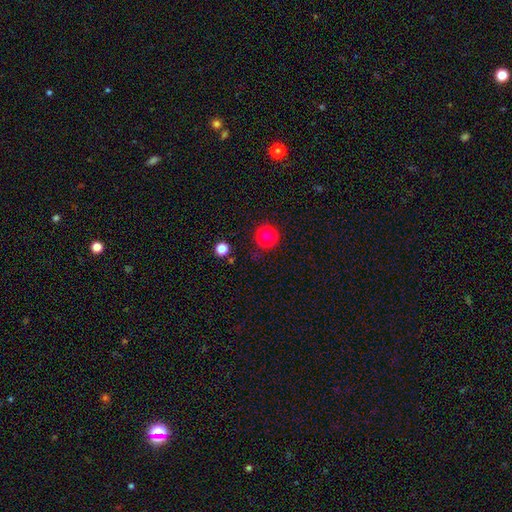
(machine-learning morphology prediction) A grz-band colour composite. It shows a smooth galaxy with no disk features (82%) that is round (93%). Merging: none (87%).